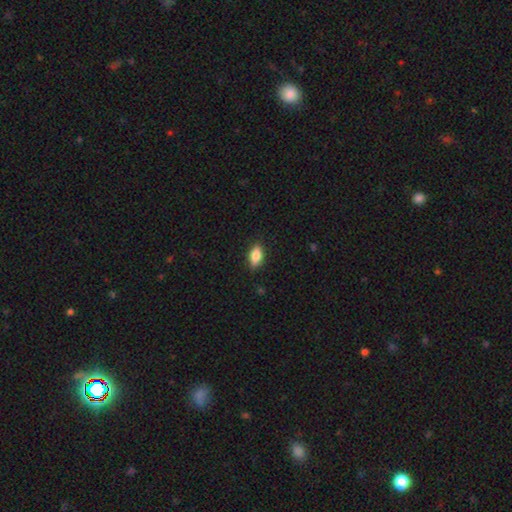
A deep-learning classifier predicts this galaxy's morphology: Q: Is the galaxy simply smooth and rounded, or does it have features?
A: smooth — 83%.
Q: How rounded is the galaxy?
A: in between — 87%.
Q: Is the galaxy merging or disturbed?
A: none — 87%.